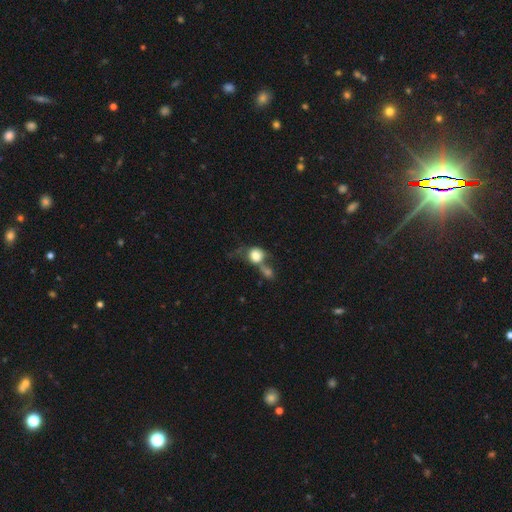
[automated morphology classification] Smooth or featured: smooth — 75% (featured or disk — 15%)
How rounded: round — 68% (in between — 30%)
Merging: merger — 53% (none — 22%)